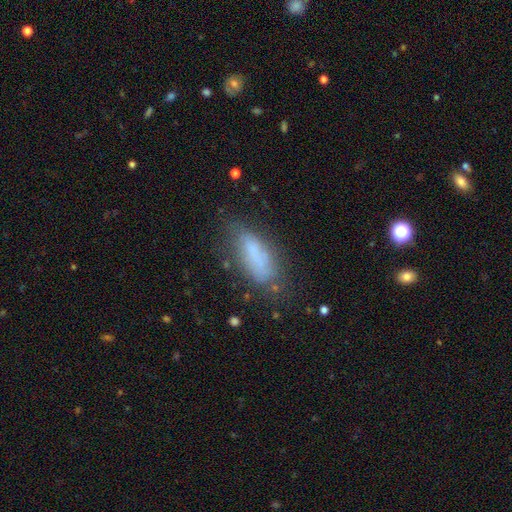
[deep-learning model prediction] Overall: smooth (69%). How rounded: in between (70%). Merging: none (60%; minor disturbance 25%).